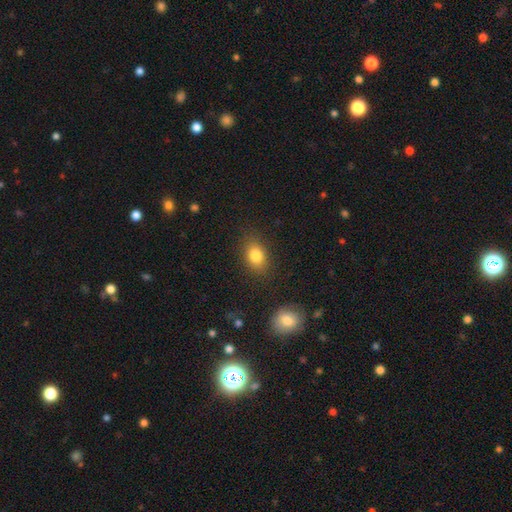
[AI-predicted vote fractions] Smooth or featured? smooth (82%)
How rounded? in between (70%)
Merging? none (83%)